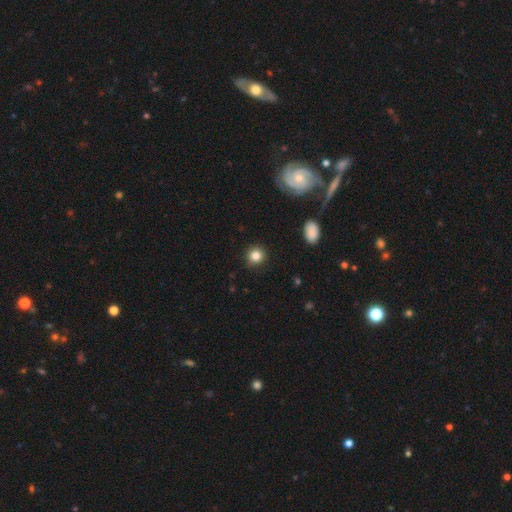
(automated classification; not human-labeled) Smooth or featured? Predicted: smooth (p=0.84). How rounded? Predicted: round (p=0.90). Merging? Predicted: none (p=0.90).